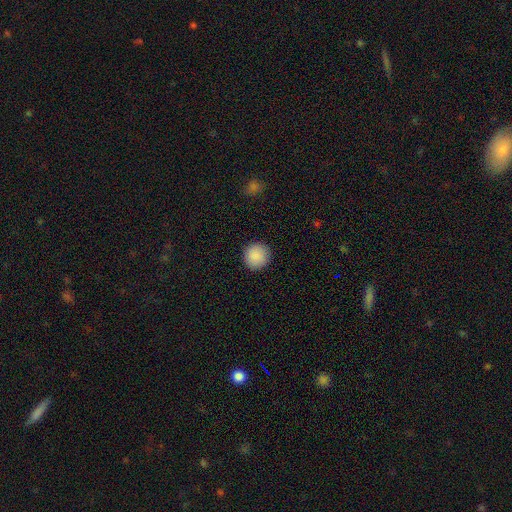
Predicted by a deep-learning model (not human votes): Smooth or featured? smooth (89%)
How rounded? round (95%)
Merging? none (92%)